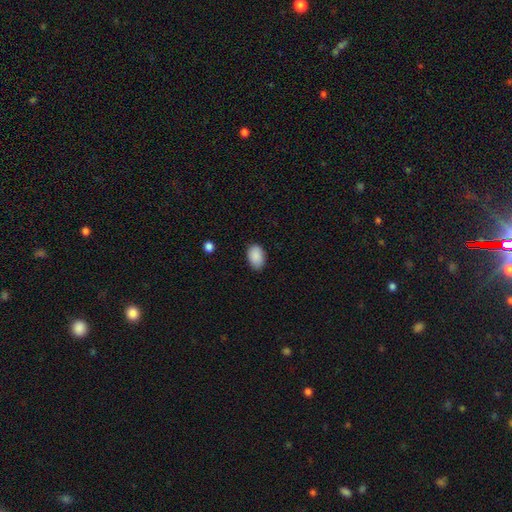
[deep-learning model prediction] Smooth or featured? smooth (90%)
How rounded? in between (89%)
Merging? none (87%)